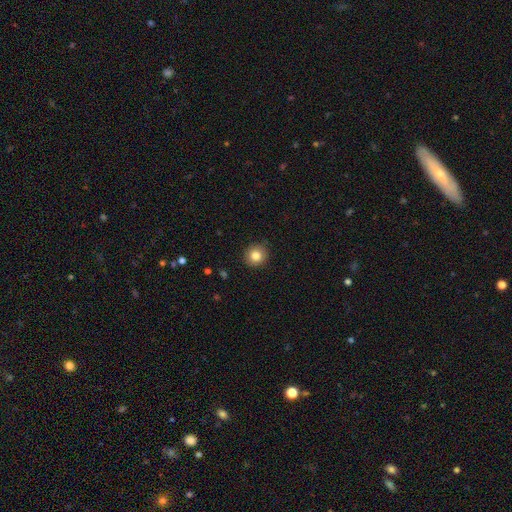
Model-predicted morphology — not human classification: Q: Smooth or featured?
A: smooth (83%); runner-up: star or artifact (10%)
Q: How rounded?
A: round (90%); runner-up: in between (9%)
Q: Merging?
A: none (91%); runner-up: minor disturbance (7%)